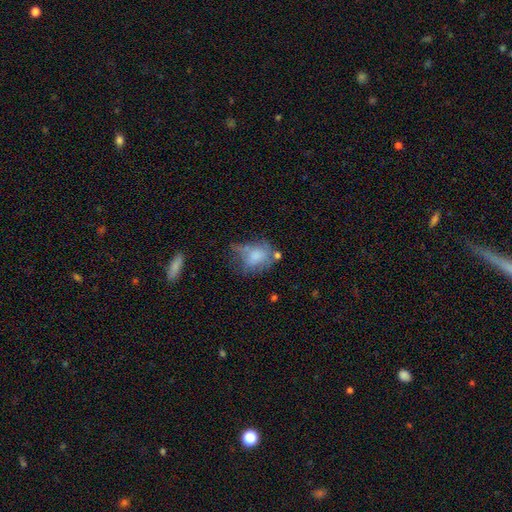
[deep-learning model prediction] smooth 63%, featured or disk 27%, star or artifact 10%. Down the decision tree: how rounded — in between (65%); merging — major disturbance (30%).